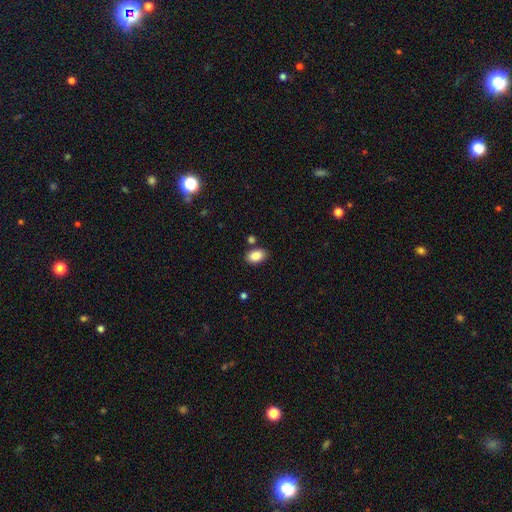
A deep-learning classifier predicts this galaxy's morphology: Overall: smooth (87%). How rounded: in between (88%). Merging: none (81%).